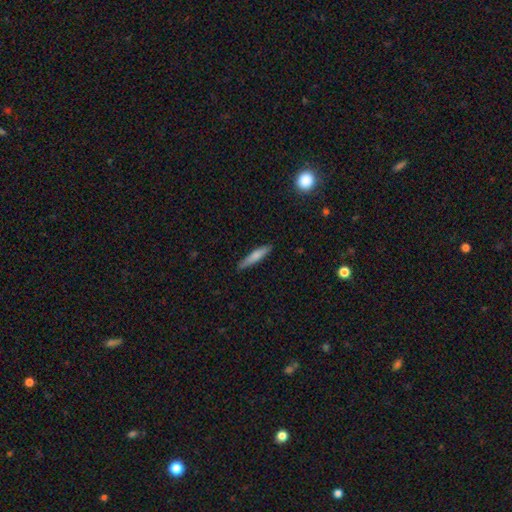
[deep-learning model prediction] This is likely a smooth galaxy (72%). How rounded: clearly cigar-shaped (89%). Merging: clearly none (87%).